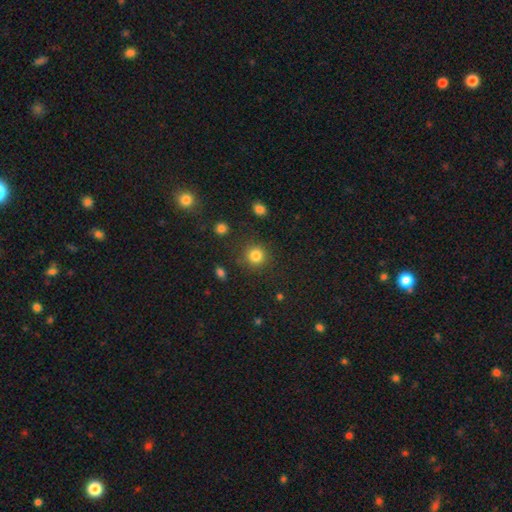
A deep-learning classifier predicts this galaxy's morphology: type=smooth (83%); roundness=round (92%); merging=none (85%).